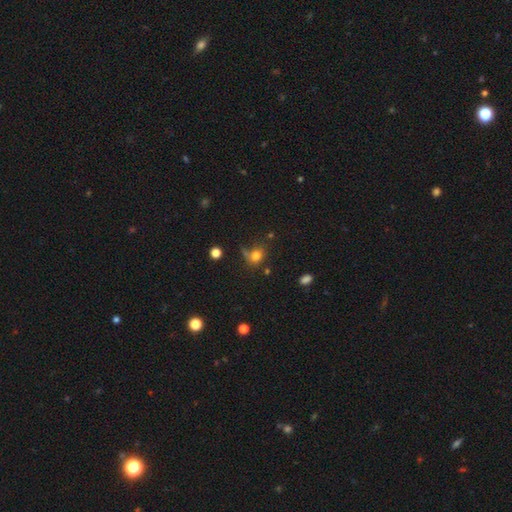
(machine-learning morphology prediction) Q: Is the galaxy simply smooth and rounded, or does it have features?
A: smooth — 75%.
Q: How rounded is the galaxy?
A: round — 68%.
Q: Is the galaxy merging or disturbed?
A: none — 52%.